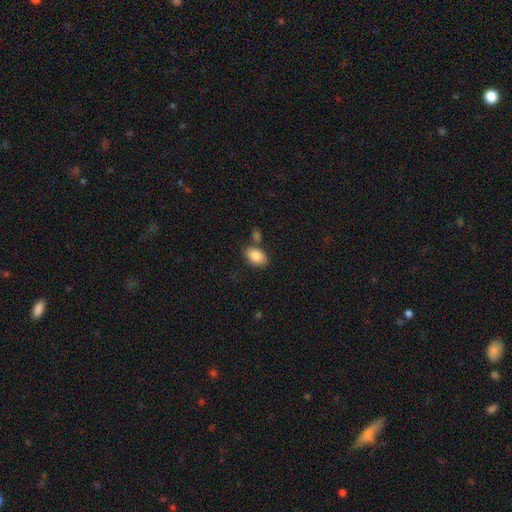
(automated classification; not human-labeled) smooth 87%, star or artifact 7%, featured or disk 6%. Down the decision tree: how rounded — in between (91%); merging — none (73%).